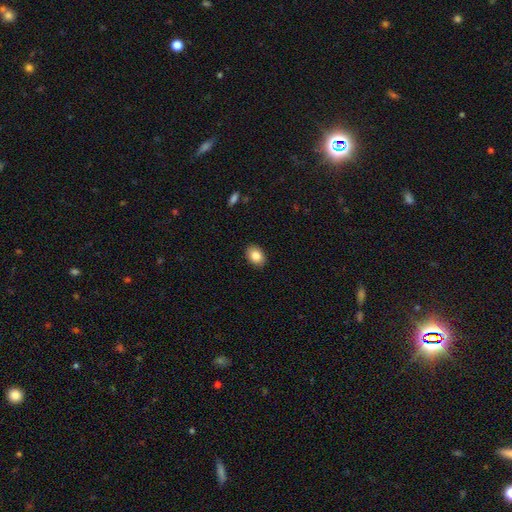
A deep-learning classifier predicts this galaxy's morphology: The model was most divided on "how rounded": in between: 75%, round: 24%, cigar-shaped: 1%. More confident: merging — none (89%); smooth or featured — smooth (85%).